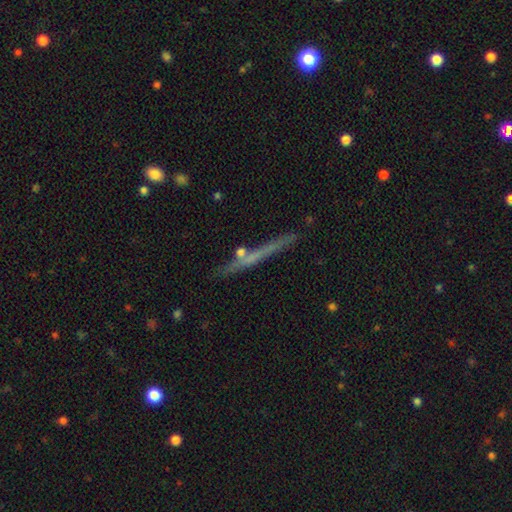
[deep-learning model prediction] A featured or disk galaxy (56%) viewed edge-on (95%) with no central bulge (77%).

Vote fractions:
- Smooth or featured? featured or disk: 56% / smooth: 36% / star or artifact: 9%
- Edge-on disk? yes: 95% / no: 5%
- Edge-on bulge? none: 77% / rounded: 19% / boxy: 4%
- Merging? none: 81% / minor disturbance: 11% / merger: 5% / major disturbance: 3%